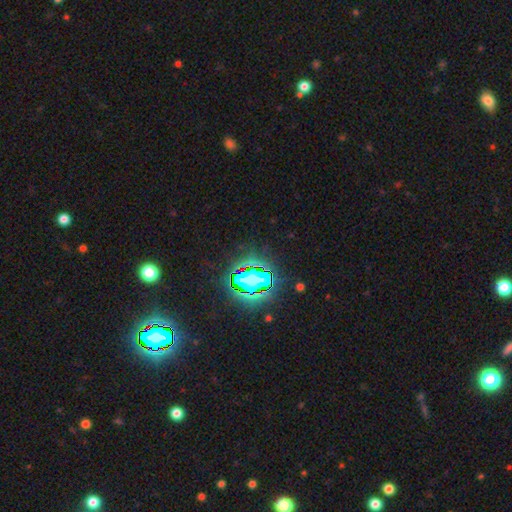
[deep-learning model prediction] star or artifact 76%, smooth 14%, featured or disk 10%.